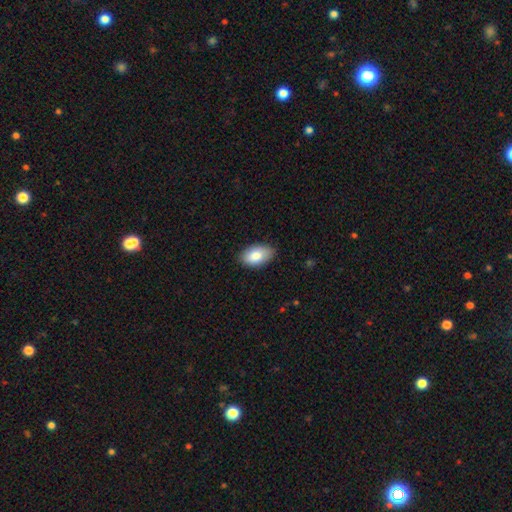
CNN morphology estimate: Smooth or featured? smooth (84%)
How rounded? in between (93%)
Merging? none (83%)